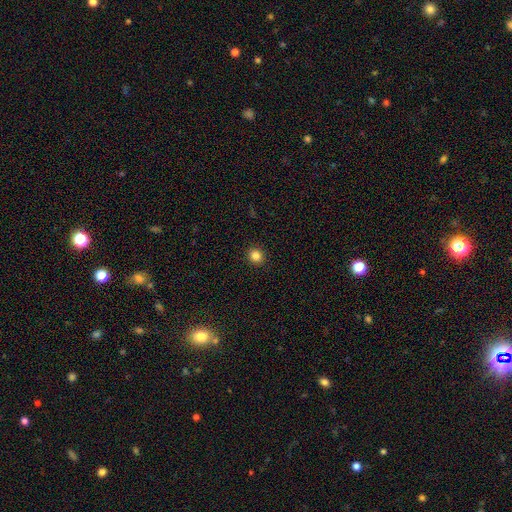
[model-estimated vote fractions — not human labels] Smooth or featured? Predicted: smooth (p=0.83). How rounded? Predicted: round (p=0.86). Merging? Predicted: none (p=0.93).